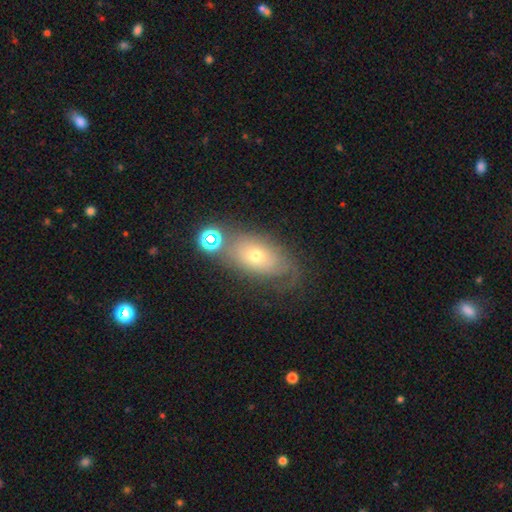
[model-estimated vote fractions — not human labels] Smooth or featured?
  - smooth: 46% *
  - featured or disk: 40%
  - star or artifact: 14%
Merging?
  - none: 49% *
  - minor disturbance: 23%
  - major disturbance: 18%
  - merger: 10%